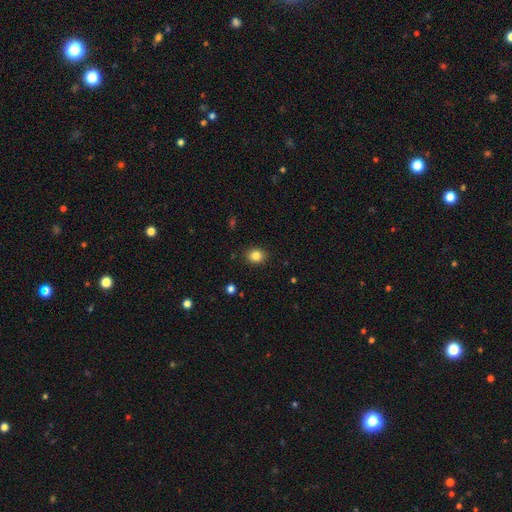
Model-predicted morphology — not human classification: smooth_or_featured: smooth (p=0.84) [alt: star or artifact p=0.11]
how_rounded: round (p=0.64) [alt: in between p=0.35]
merging: none (p=0.90) [alt: minor disturbance p=0.07]